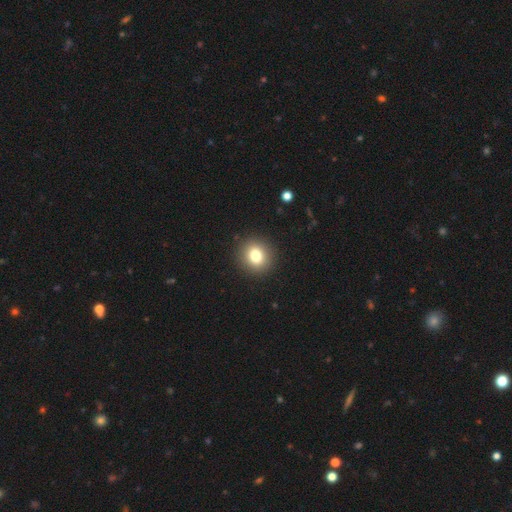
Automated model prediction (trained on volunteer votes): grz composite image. It shows a smooth galaxy with no disk features (79%) that is round (82%). Merging: none (91%).